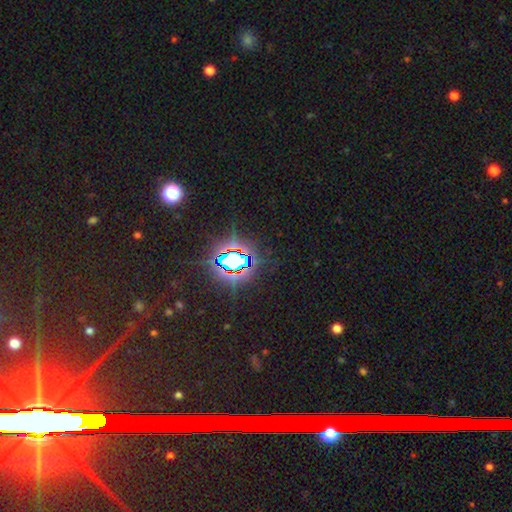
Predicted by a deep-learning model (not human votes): A star or artifact, not a galaxy (79%).